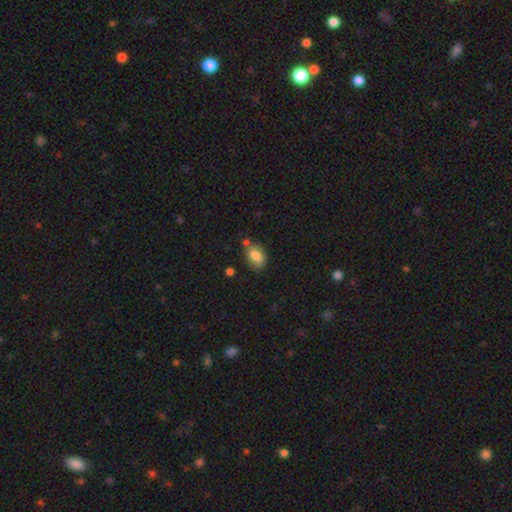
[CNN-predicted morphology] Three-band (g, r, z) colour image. It shows a smooth galaxy with no disk features (83%) that is in between round and cigar-shaped (83%). Merging: none (64%).